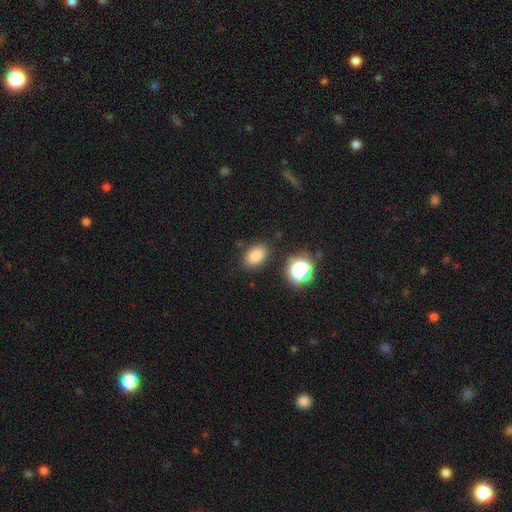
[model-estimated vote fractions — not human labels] Smooth or featured? Predicted: smooth (p=0.79). How rounded? Predicted: in between (p=0.83). Merging? Predicted: none (p=0.83).